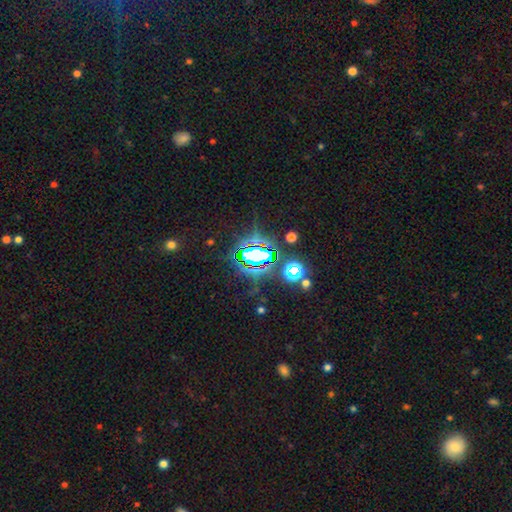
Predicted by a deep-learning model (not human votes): Smooth or featured?
  - star or artifact: 74% *
  - smooth: 14%
  - featured or disk: 12%